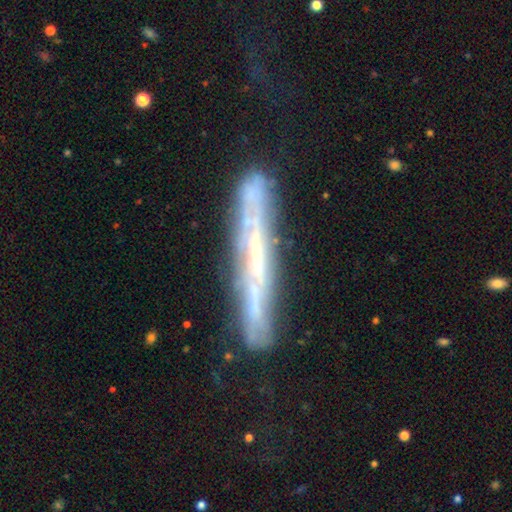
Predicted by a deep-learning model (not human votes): The model was most divided on "smooth or featured": featured or disk: 70%, smooth: 22%, star or artifact: 8%. More confident: edge-on disk — yes (79%); edge-on bulge — none (78%); merging — none (72%).